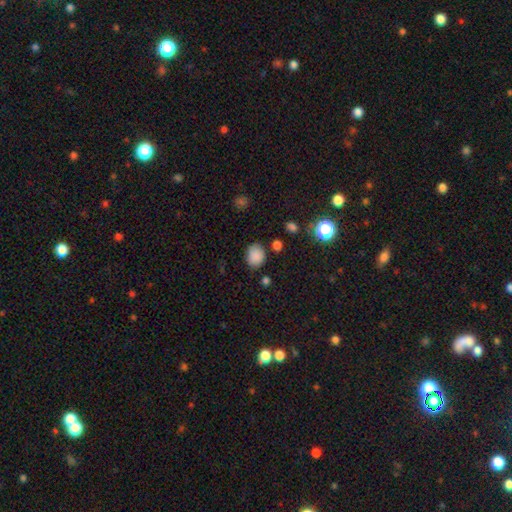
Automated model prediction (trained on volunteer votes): smooth 85%, star or artifact 11%, featured or disk 4%. Down the decision tree: how rounded — round (55%); merging — none (78%).